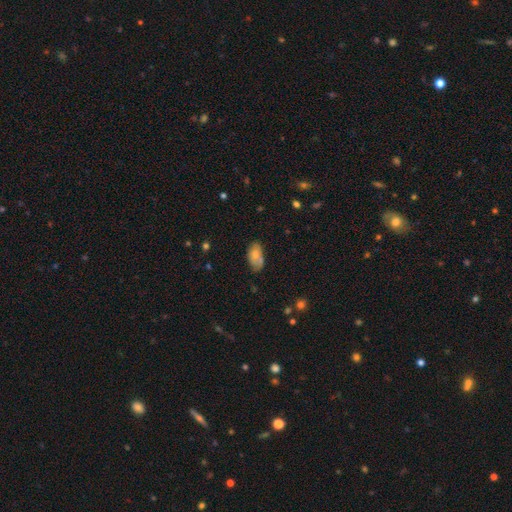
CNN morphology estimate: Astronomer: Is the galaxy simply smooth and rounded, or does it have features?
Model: smooth — 73%.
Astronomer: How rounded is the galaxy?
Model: in between — 92%.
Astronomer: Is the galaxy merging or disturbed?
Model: none — 57%.